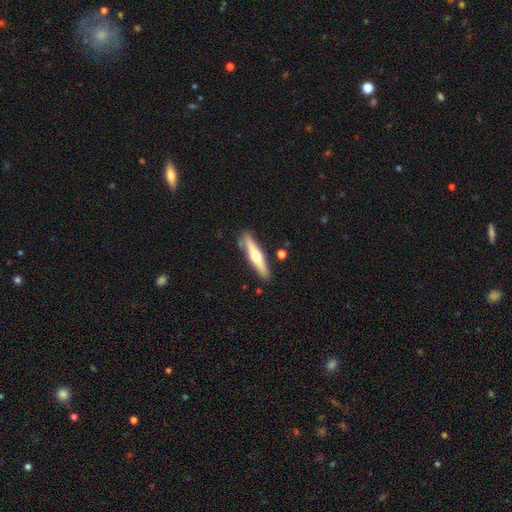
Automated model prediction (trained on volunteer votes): Smooth or featured? featured or disk (56%)
Edge-on disk? yes (94%)
Edge-on bulge? rounded (92%)
Merging? none (84%)